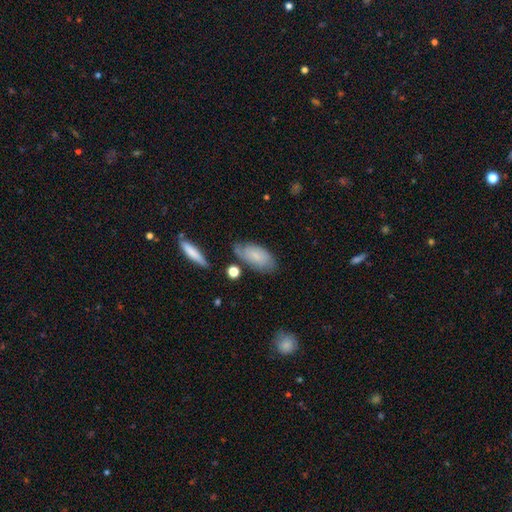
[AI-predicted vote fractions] This is likely a smooth galaxy (63%). How rounded: clearly in between (89%). Merging: likely none (62%).